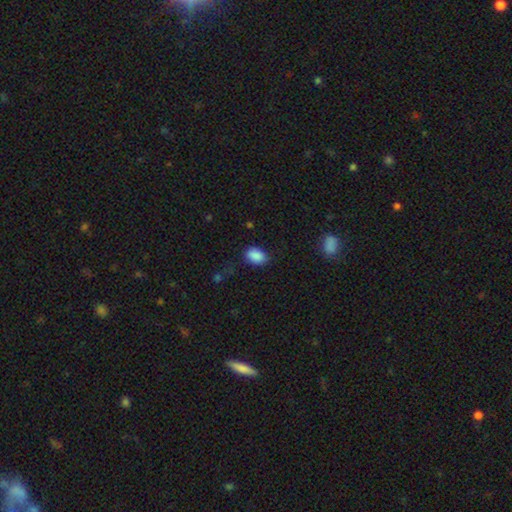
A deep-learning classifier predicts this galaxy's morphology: type=smooth (88%); roundness=in between (86%); merging=none (73%).